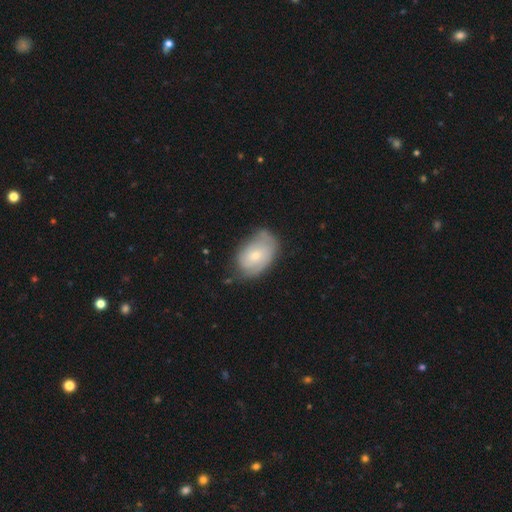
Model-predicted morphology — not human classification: Smooth or featured?
  - smooth: 47% *
  - featured or disk: 46%
  - star or artifact: 7%
Merging?
  - none: 59% *
  - minor disturbance: 30%
  - major disturbance: 9%
  - merger: 3%